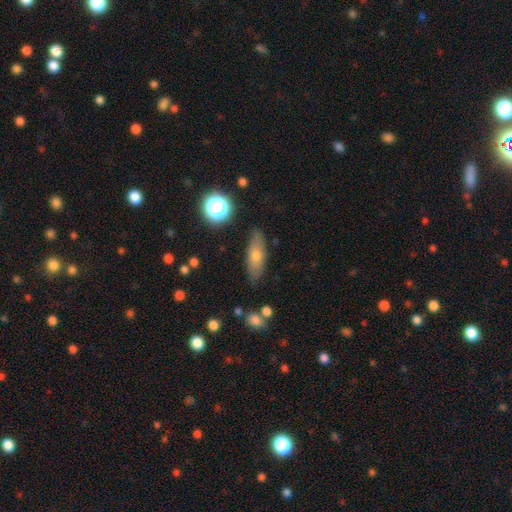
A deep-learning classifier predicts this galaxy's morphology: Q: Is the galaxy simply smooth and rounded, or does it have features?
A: smooth — 63%.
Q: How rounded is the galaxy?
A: in between — 55%.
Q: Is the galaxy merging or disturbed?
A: none — 83%.